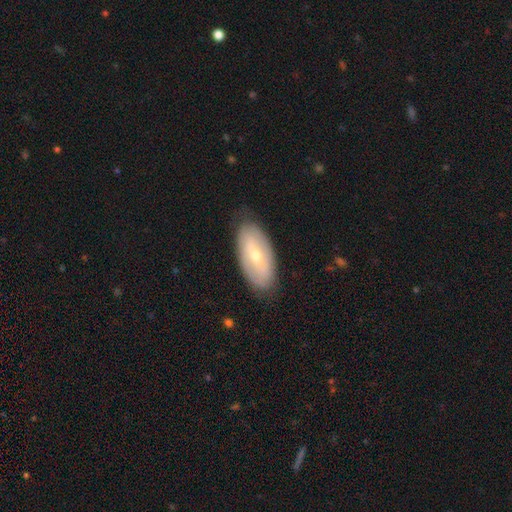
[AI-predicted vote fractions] A featured or disk galaxy (53%).

Vote fractions:
- Smooth or featured? featured or disk: 53% / smooth: 41% / star or artifact: 6%
- Edge-on disk? no: 86% / yes: 14%
- Merging? none: 82% / minor disturbance: 14% / major disturbance: 3% / merger: 1%